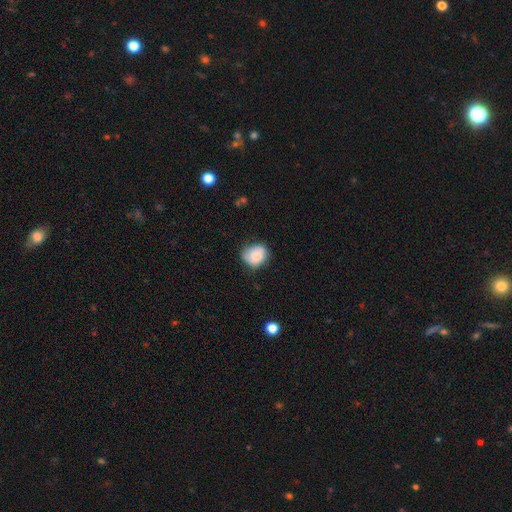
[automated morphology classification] The model was most divided on "how rounded": round: 60%, in between: 39%, cigar-shaped: 1%. More confident: smooth or featured — smooth (75%); merging — none (62%).